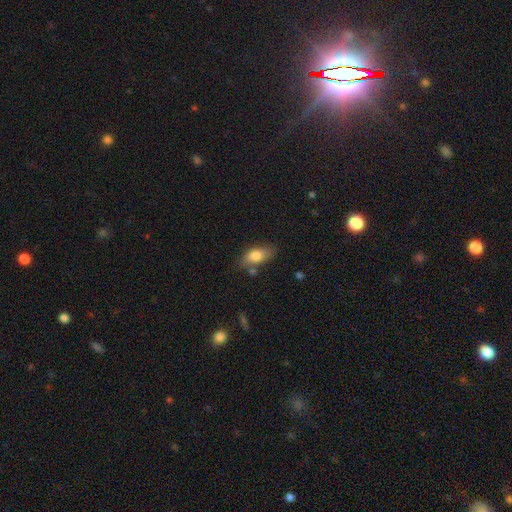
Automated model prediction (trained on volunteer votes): The model was most divided on "merging": none: 65%, minor disturbance: 22%, merger: 7%, major disturbance: 6%. More confident: how rounded — in between (87%); smooth or featured — smooth (77%).